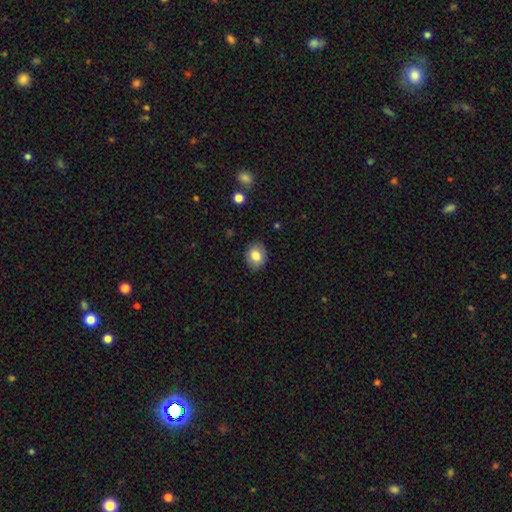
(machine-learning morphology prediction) Smooth or featured: smooth — 82% (featured or disk — 10%)
How rounded: in between — 56% (round — 43%)
Merging: none — 84% (minor disturbance — 12%)